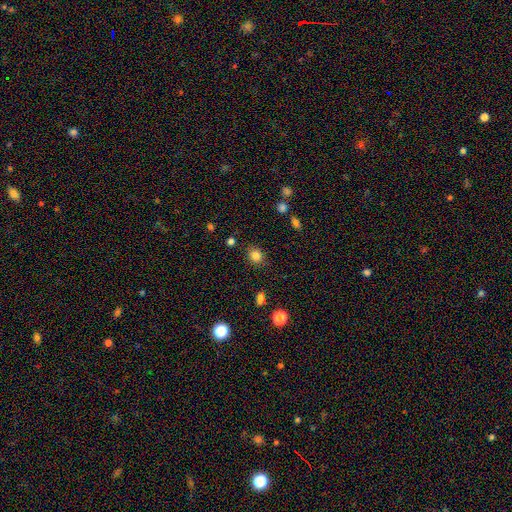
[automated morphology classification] Q: Smooth or featured?
A: smooth (82%); runner-up: star or artifact (13%)
Q: How rounded?
A: round (75%); runner-up: in between (24%)
Q: Merging?
A: none (87%); runner-up: minor disturbance (9%)